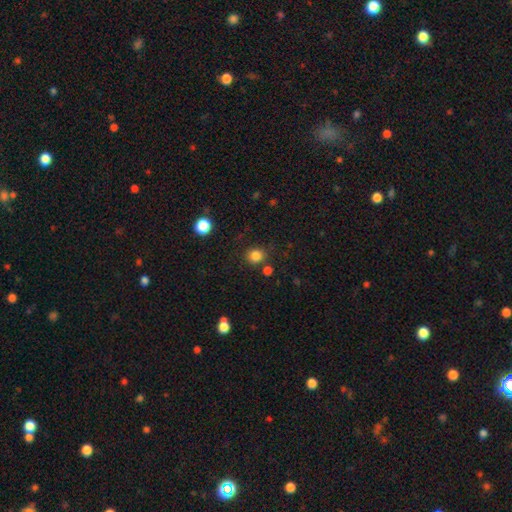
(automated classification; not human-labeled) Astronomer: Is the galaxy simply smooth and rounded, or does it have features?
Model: smooth — 83%.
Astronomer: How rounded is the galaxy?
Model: round — 82%.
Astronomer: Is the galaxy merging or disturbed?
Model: none — 80%.